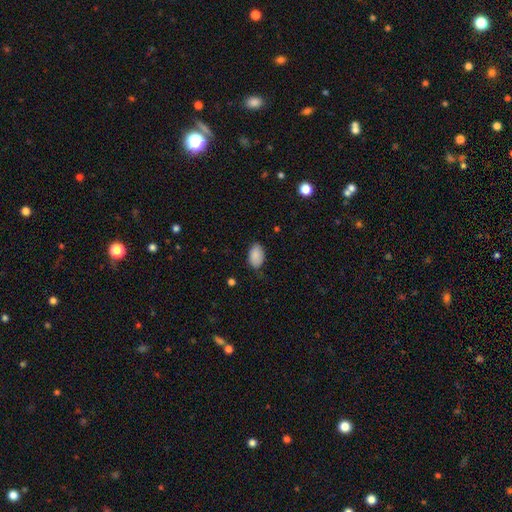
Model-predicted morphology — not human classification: A smooth galaxy with no disk features (87%) that is in between round and cigar-shaped (92%). Merging: none (74%).